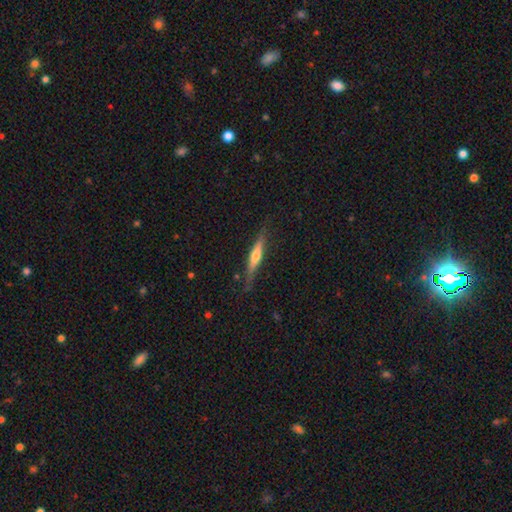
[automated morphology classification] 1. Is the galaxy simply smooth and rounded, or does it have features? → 55% featured or disk, 40% smooth, 6% star or artifact.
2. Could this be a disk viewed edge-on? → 94% yes, 6% no.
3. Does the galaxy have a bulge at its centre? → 82% rounded, 11% none, 7% boxy.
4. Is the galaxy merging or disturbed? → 77% none, 17% minor disturbance, 4% major disturbance, 2% merger.